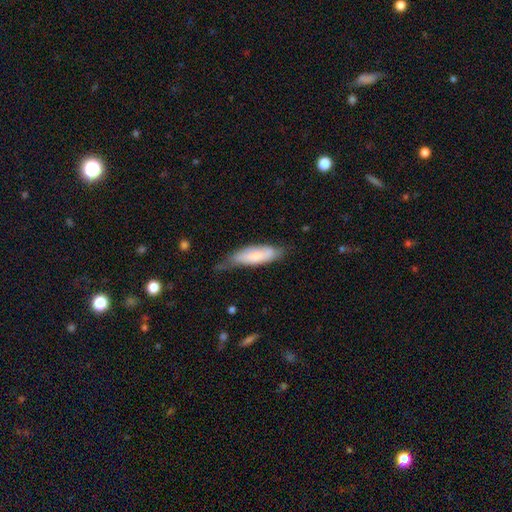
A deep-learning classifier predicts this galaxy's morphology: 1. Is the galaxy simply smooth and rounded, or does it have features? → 70% smooth, 23% featured or disk, 7% star or artifact.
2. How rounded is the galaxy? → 49% in between (tied), 49% cigar-shaped (tied), 2% round.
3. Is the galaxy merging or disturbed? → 52% none, 36% minor disturbance, 9% major disturbance, 2% merger.